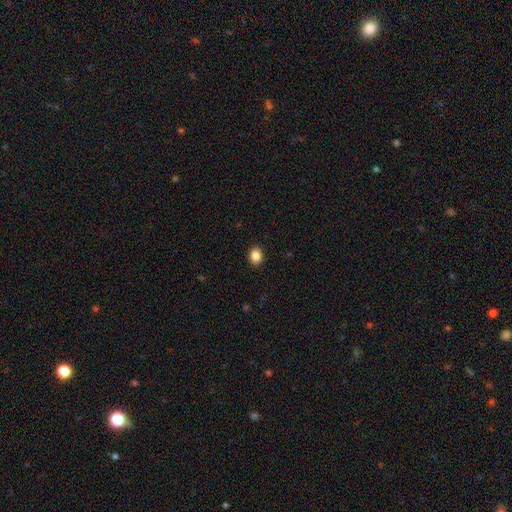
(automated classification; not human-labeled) Q: Smooth or featured?
A: smooth (86%); runner-up: star or artifact (9%)
Q: How rounded?
A: in between (56%); runner-up: round (44%)
Q: Merging?
A: none (91%); runner-up: minor disturbance (6%)